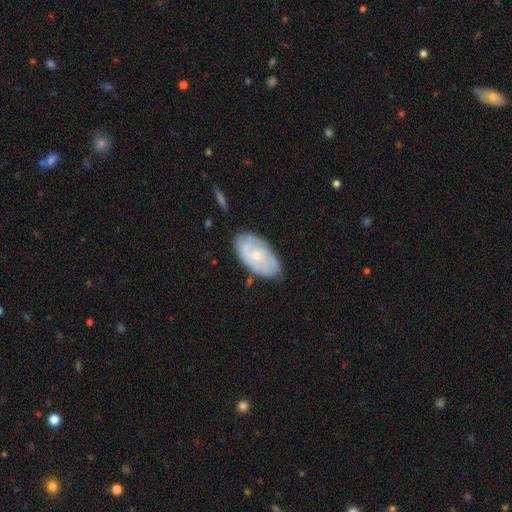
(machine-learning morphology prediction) A featured or disk galaxy (58%) with no bar (75%), spiral arms (78%) and a small central bulge (69%).

Vote fractions:
- Smooth or featured? featured or disk: 58% / smooth: 36% / star or artifact: 6%
- Edge-on disk? no: 95% / yes: 5%
- Bar? no: 75% / weak: 22% / strong: 3%
- Spiral arms? yes: 78% / no: 22%
- Bulge size? small: 69% / moderate: 23% / none: 6% / large: 1% / dominant: 1%
- Merging? none: 75% / minor disturbance: 19% / major disturbance: 4% / merger: 2%